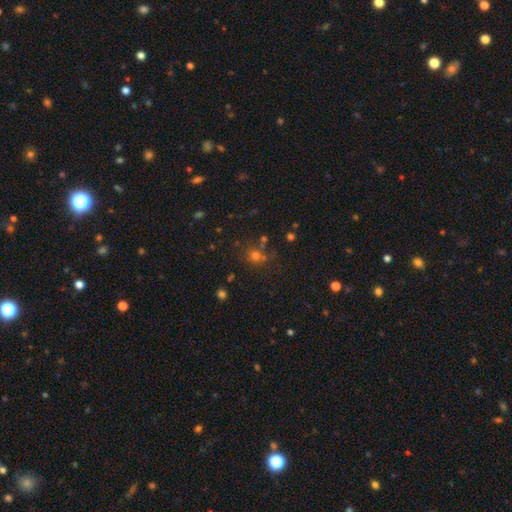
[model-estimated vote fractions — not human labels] Q: Smooth or featured?
A: smooth (62%); runner-up: star or artifact (28%)
Q: How rounded?
A: round (80%); runner-up: in between (19%)
Q: Merging?
A: none (66%); runner-up: merger (16%)